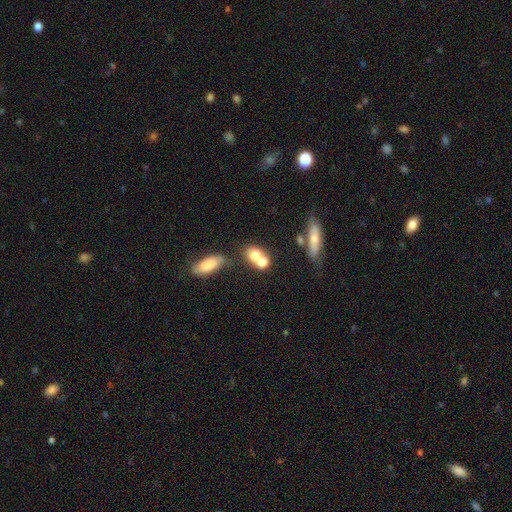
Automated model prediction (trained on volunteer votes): Q: Smooth or featured?
A: smooth (71%); runner-up: featured or disk (19%)
Q: How rounded?
A: round (51%); runner-up: in between (46%)
Q: Merging?
A: merger (61%); runner-up: none (26%)